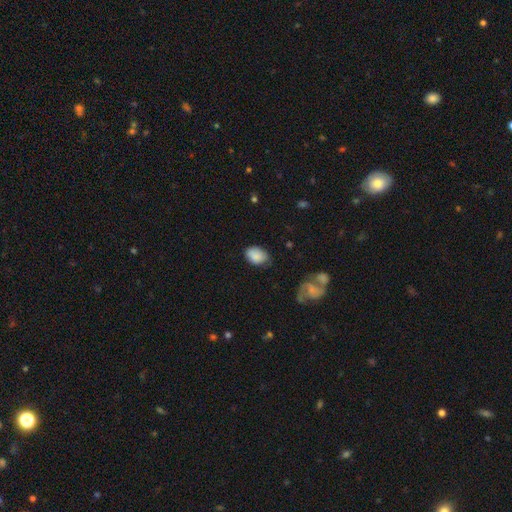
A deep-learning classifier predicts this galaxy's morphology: Q: Smooth or featured?
A: smooth (84%); runner-up: featured or disk (9%)
Q: How rounded?
A: in between (82%); runner-up: round (17%)
Q: Merging?
A: none (65%); runner-up: minor disturbance (27%)